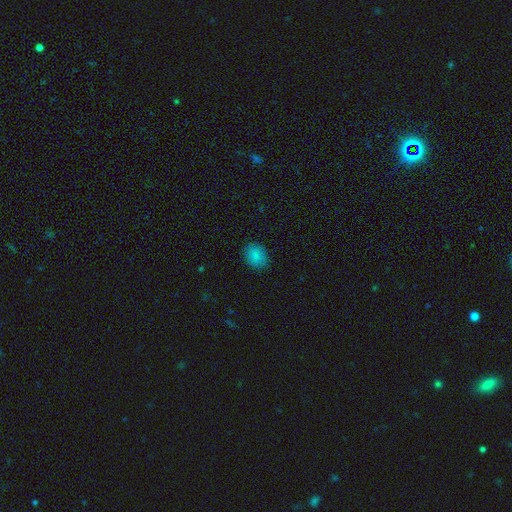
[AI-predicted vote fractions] The model was most divided on "how rounded": in between: 55%, round: 44%, cigar-shaped: 1%. More confident: merging — none (85%); smooth or featured — smooth (85%).